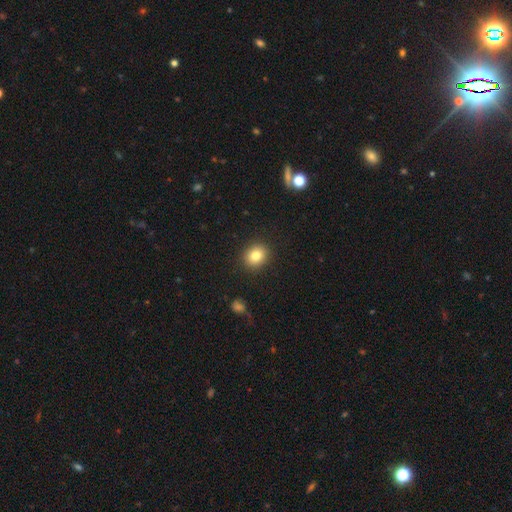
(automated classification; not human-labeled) Q: Smooth or featured?
A: smooth (83%); runner-up: star or artifact (10%)
Q: How rounded?
A: round (70%); runner-up: in between (29%)
Q: Merging?
A: none (90%); runner-up: minor disturbance (7%)